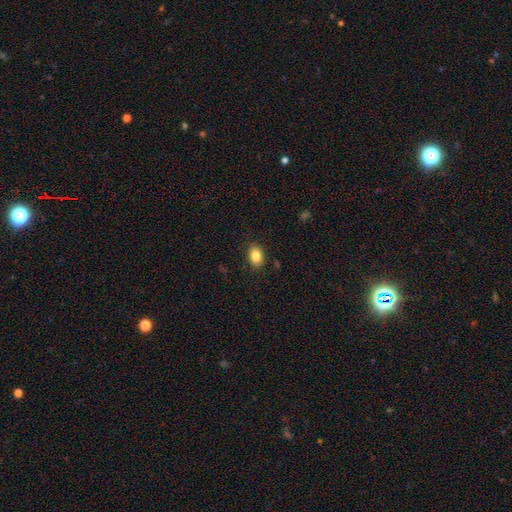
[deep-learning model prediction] Overall: smooth (84%). How rounded: in between (78%). Merging: none (87%).